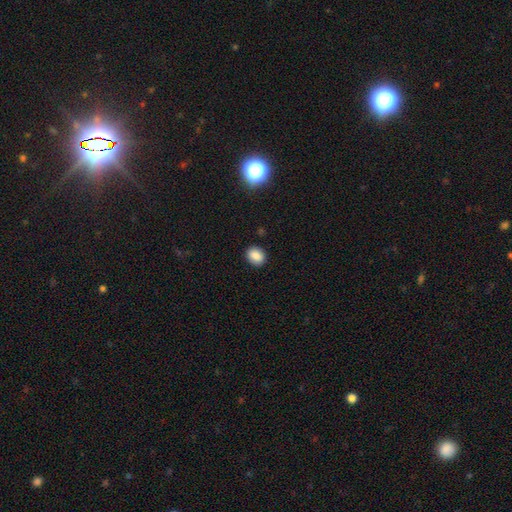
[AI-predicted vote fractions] Morphology: type=smooth (86%); roundness=round (50%); merging=none (88%).